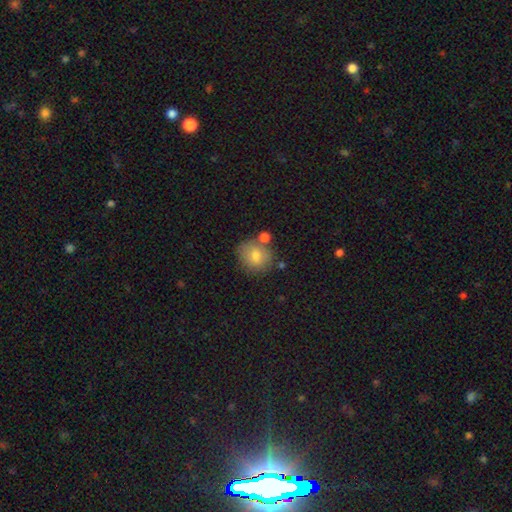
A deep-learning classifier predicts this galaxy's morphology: Overall: smooth (76%). How rounded: round (79%). Merging: none (68%).